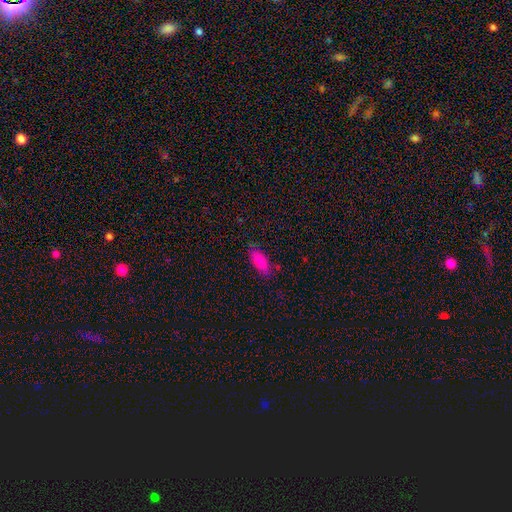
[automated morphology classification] Smooth or featured? smooth (85%)
How rounded? in between (82%)
Merging? none (78%)